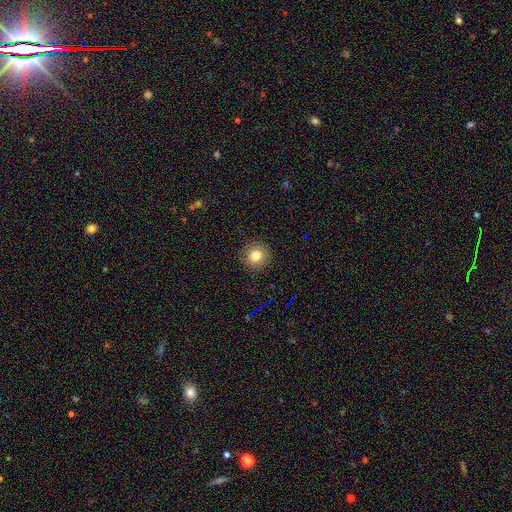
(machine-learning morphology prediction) The model was most divided on "smooth or featured": smooth: 80%, star or artifact: 12%, featured or disk: 8%. More confident: how rounded — round (93%); merging — none (91%).